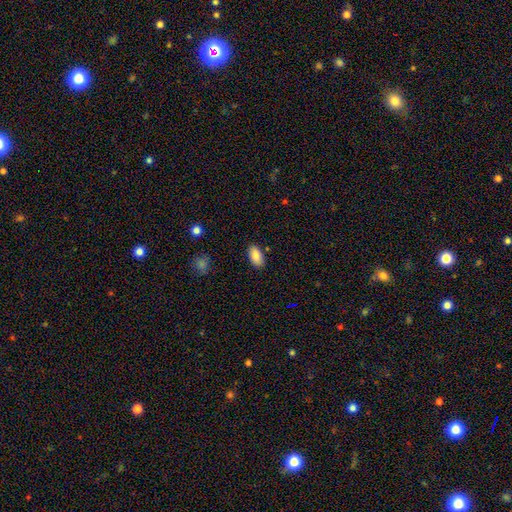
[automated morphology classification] A smooth galaxy with no disk features (86%) that is in between round and cigar-shaped (94%).

Vote fractions:
- Smooth or featured? smooth: 86% / featured or disk: 7% / star or artifact: 7%
- How rounded? in between: 94% / cigar-shaped: 3% / round: 3%
- Merging? none: 87% / minor disturbance: 9% / major disturbance: 2% / merger: 2%